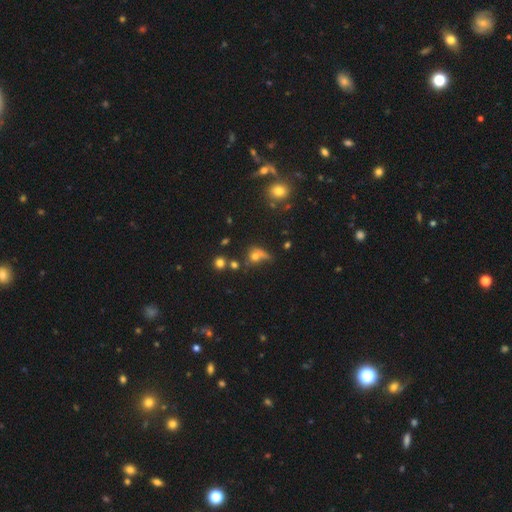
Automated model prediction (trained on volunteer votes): This appears to be a smooth galaxy with no disk features (61%) that is round (61%). Merging: none (37%).